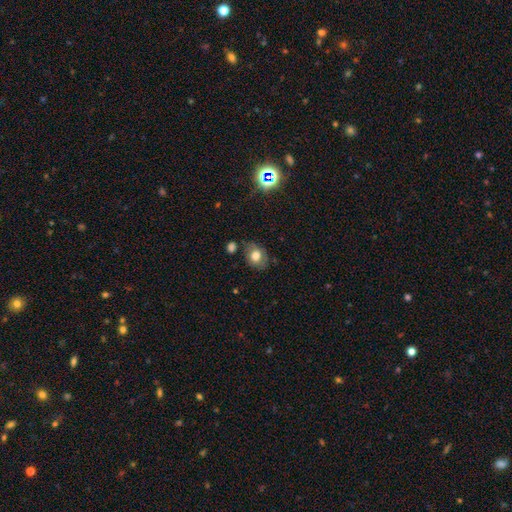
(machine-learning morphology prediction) A smooth galaxy with no disk features (70%) that is in between round and cigar-shaped (58%).

Vote fractions:
- Smooth or featured? smooth: 70% / featured or disk: 19% / star or artifact: 11%
- How rounded? in between: 58% / round: 41% / cigar-shaped: 1%
- Merging? none: 69% / minor disturbance: 21% / major disturbance: 6% / merger: 4%